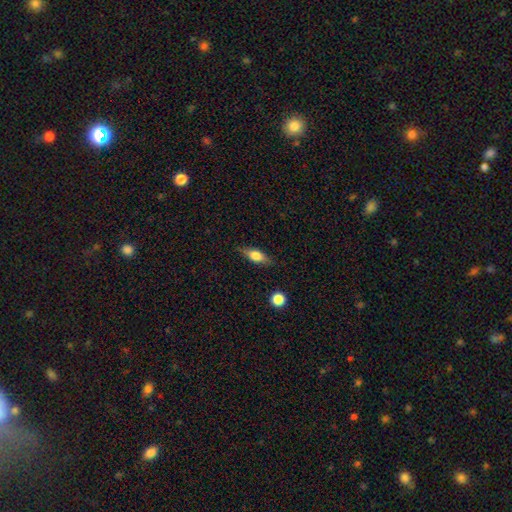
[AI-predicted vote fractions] Q: Smooth or featured?
A: smooth (66%); runner-up: featured or disk (27%)
Q: How rounded?
A: in between (68%); runner-up: cigar-shaped (27%)
Q: Merging?
A: none (81%); runner-up: minor disturbance (14%)